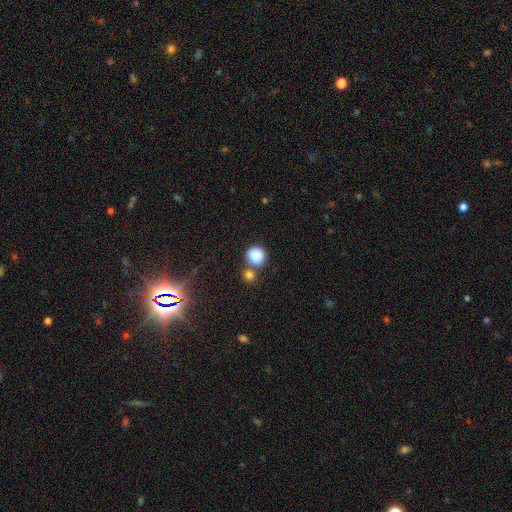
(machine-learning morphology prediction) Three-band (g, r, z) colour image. It shows a smooth galaxy with no disk features (85%) that is round (85%). Merging: none (53%).